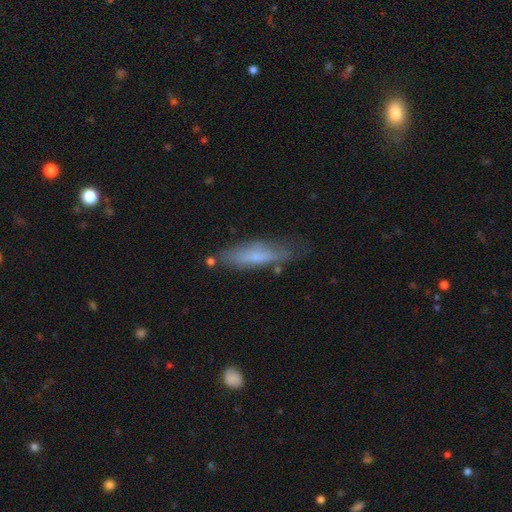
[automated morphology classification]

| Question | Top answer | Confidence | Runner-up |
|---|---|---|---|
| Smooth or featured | smooth | 61% | featured or disk (32%) |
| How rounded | cigar-shaped | 73% | in between (26%) |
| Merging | none | 67% | minor disturbance (23%) |